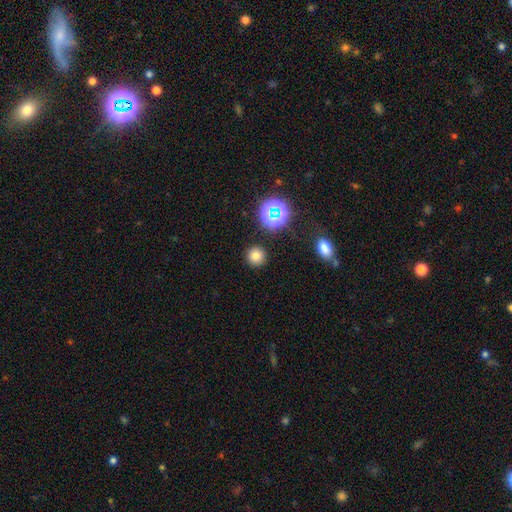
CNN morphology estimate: This is likely a smooth galaxy (74%). How rounded: clearly round (94%). Merging: clearly none (90%).